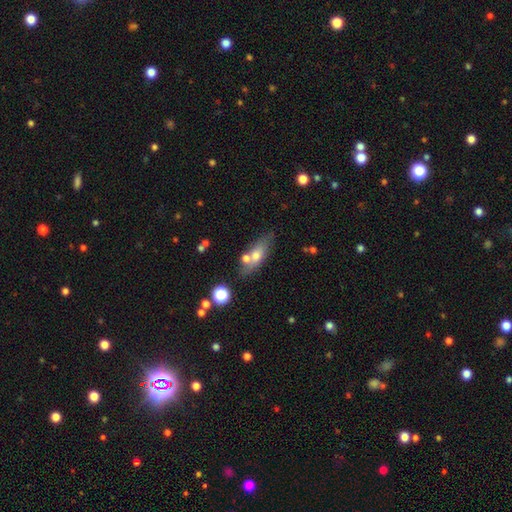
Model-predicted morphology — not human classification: smooth 62%, featured or disk 29%, star or artifact 9%. Down the decision tree: how rounded — in between (65%); merging — none (58%).